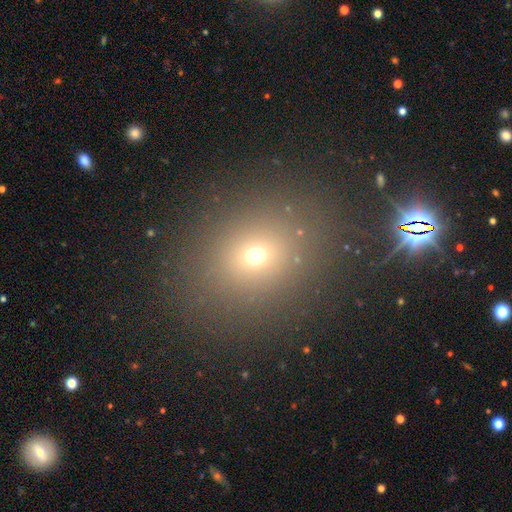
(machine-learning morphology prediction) A smooth galaxy with no disk features (67%) that is round (64%).

Vote fractions:
- Smooth or featured? smooth: 67% / star or artifact: 23% / featured or disk: 10%
- How rounded? round: 64% / in between: 34% / cigar-shaped: 2%
- Merging? none: 81% / minor disturbance: 10% / major disturbance: 6% / merger: 3%